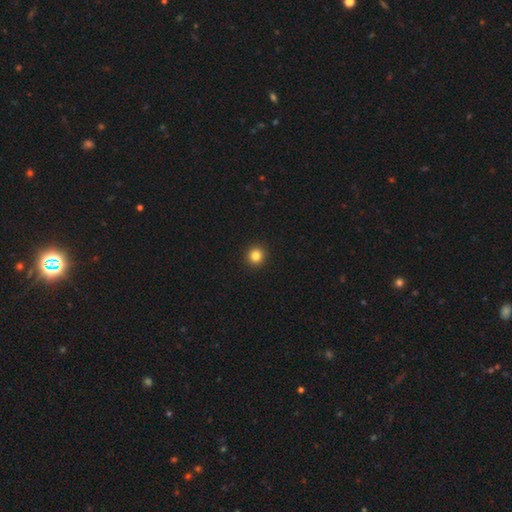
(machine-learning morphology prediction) smooth-or-featured: smooth: 84% | star or artifact: 12% | featured or disk: 4%
  how-rounded: round: 94% | in between: 5% | cigar-shaped: 1%
  merging: none: 94% | minor disturbance: 4% | major disturbance: 1% | merger: 1%